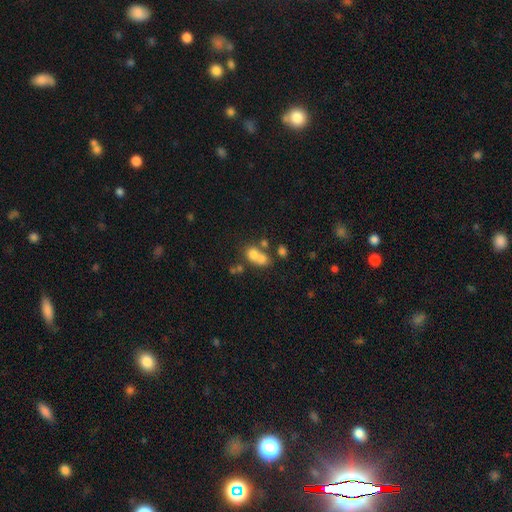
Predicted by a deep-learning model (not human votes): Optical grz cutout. It shows a smooth galaxy with no disk features (66%) that is round (62%). Merging: merger (59%).